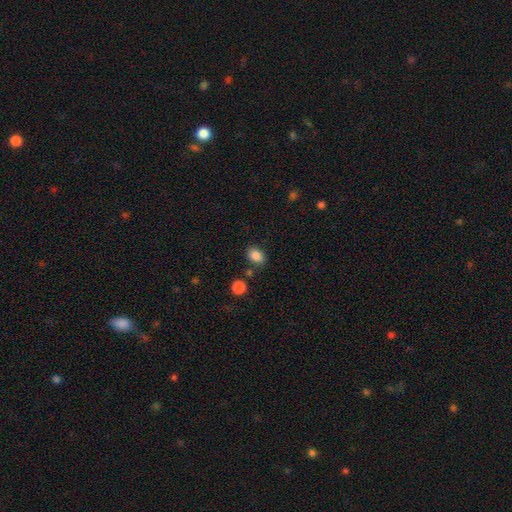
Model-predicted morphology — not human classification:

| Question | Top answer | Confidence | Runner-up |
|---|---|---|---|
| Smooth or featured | smooth | 86% | star or artifact (9%) |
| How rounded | in between | 68% | round (31%) |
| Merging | none | 78% | minor disturbance (13%) |